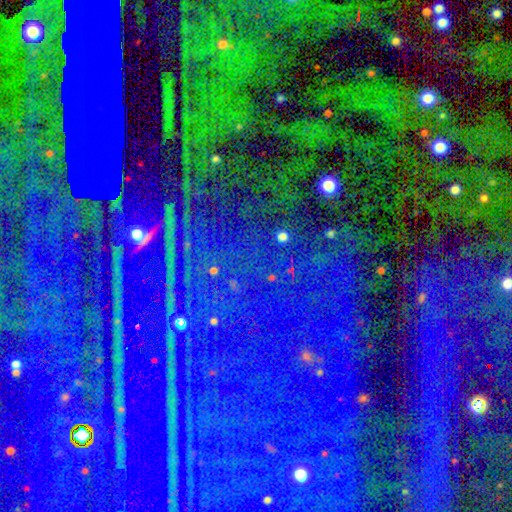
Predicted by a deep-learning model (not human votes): Smooth or featured? Predicted: star or artifact (p=0.80).